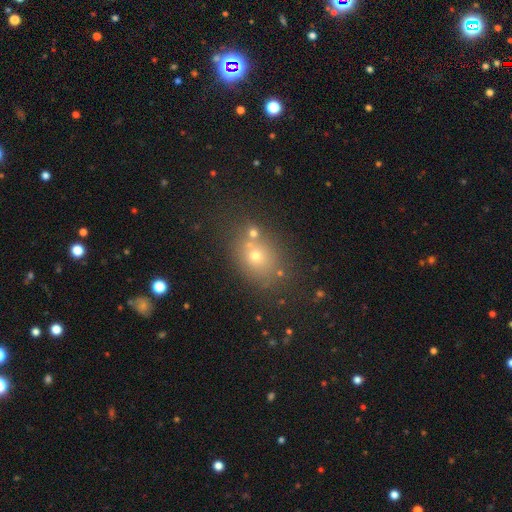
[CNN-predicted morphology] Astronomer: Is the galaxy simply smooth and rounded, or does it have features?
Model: smooth — 62%.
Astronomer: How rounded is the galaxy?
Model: in between — 50% (runner-up: round, 49%).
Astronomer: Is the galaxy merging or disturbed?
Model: none — 67%.